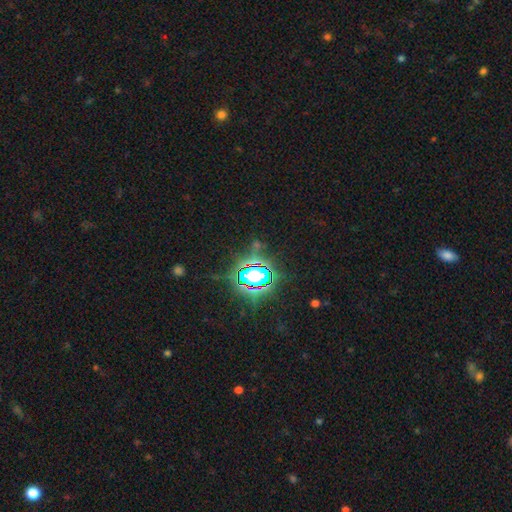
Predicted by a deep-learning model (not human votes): Smooth or featured? Predicted: star or artifact (p=0.82).